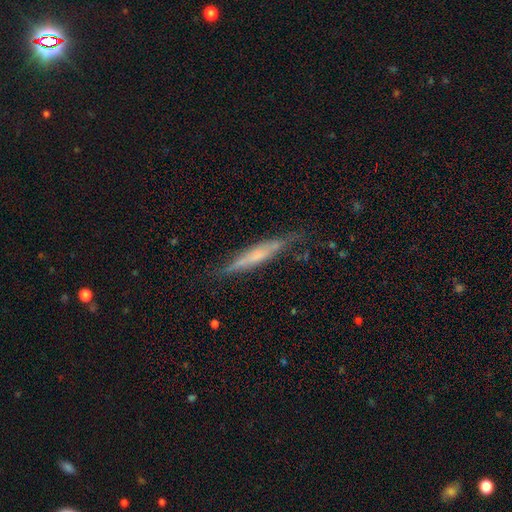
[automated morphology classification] smooth_or_featured: featured or disk (p=0.49) [alt: smooth p=0.43]
merging: none (p=0.66) [alt: minor disturbance p=0.24]